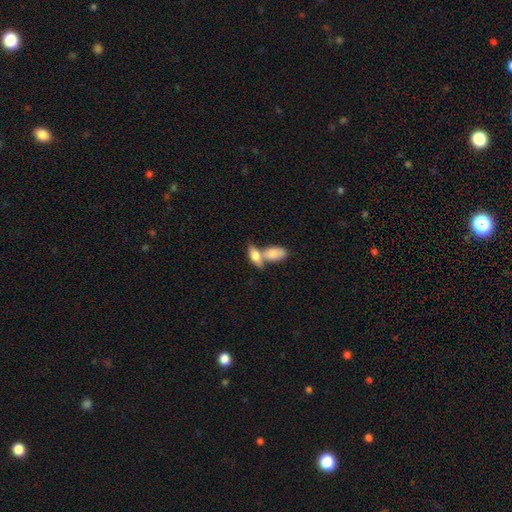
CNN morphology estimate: A smooth galaxy with no disk features (73%) that is in between round and cigar-shaped (82%).

Vote fractions:
- Smooth or featured? smooth: 73% / featured or disk: 20% / star or artifact: 6%
- How rounded? in between: 82% / cigar-shaped: 13% / round: 5%
- Merging? merger: 60% / none: 29% / minor disturbance: 8% / major disturbance: 4%